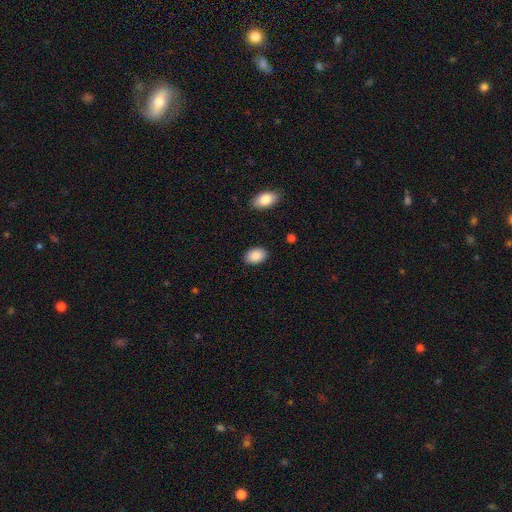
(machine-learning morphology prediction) smooth_or_featured: smooth (p=0.89) [alt: star or artifact p=0.07]
how_rounded: in between (p=0.86) [alt: round p=0.13]
merging: none (p=0.88) [alt: minor disturbance p=0.08]